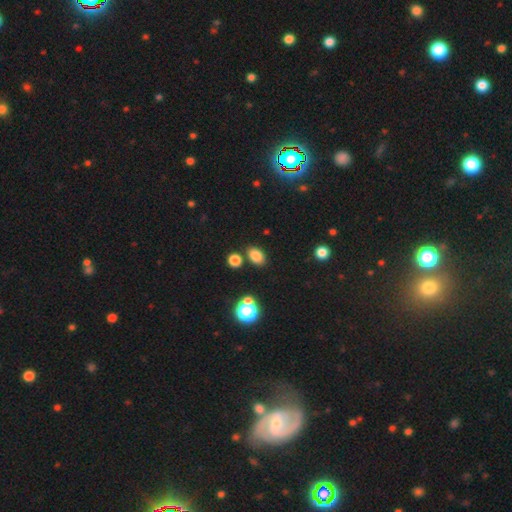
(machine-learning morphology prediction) type=smooth (81%); roundness=in between (80%); merging=none (79%).